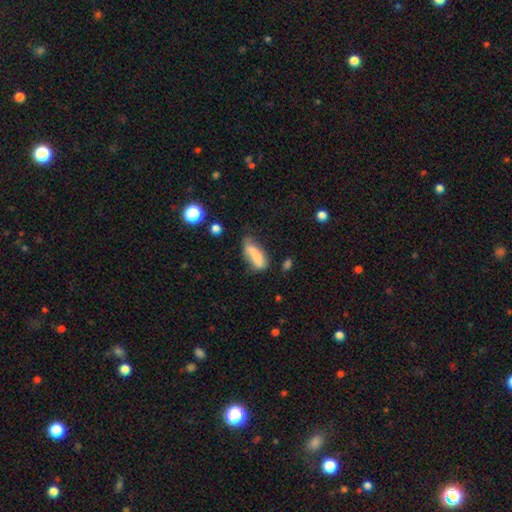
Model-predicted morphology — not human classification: A smooth galaxy with no disk features (75%) that is in between round and cigar-shaped (68%).

Vote fractions:
- Smooth or featured? smooth: 75% / featured or disk: 17% / star or artifact: 8%
- How rounded? in between: 68% / cigar-shaped: 30% / round: 3%
- Merging? none: 42% / minor disturbance: 34% / major disturbance: 15% / merger: 9%